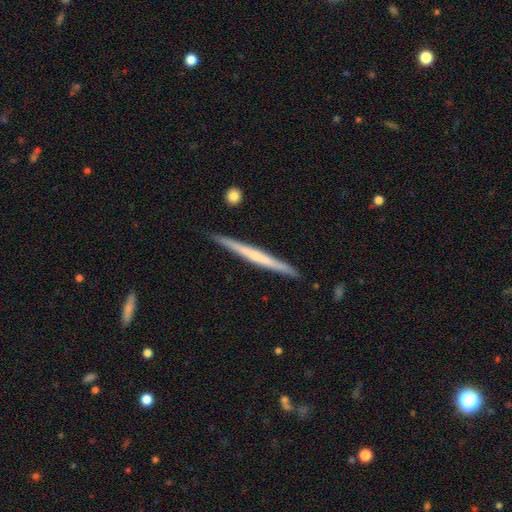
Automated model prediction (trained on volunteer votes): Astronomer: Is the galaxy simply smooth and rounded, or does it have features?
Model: featured or disk — 62%.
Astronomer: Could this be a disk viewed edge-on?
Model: yes — 98%.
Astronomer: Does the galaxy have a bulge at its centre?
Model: none — 62%.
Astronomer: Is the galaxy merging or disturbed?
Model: none — 91%.